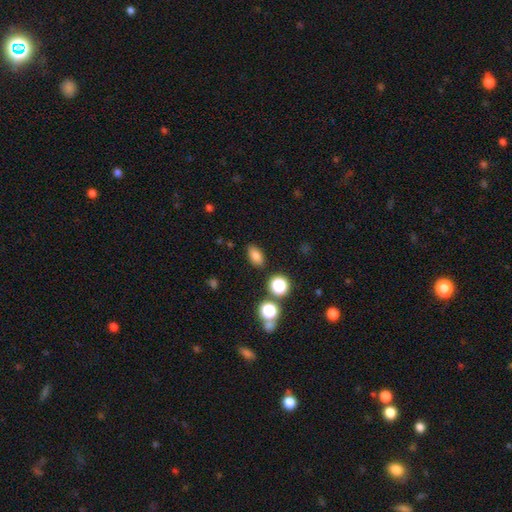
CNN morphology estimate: This is likely a smooth galaxy (79%). How rounded: clearly in between (84%). Merging: clearly none (84%).